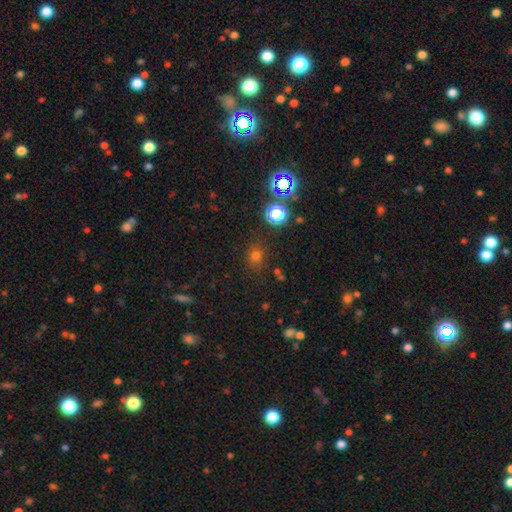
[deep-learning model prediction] A smooth galaxy with no disk features (62%) that is round (74%).

Vote fractions:
- Smooth or featured? smooth: 62% / star or artifact: 30% / featured or disk: 7%
- How rounded? round: 74% / in between: 25% / cigar-shaped: 1%
- Merging? none: 80% / minor disturbance: 11% / merger: 5% / major disturbance: 4%